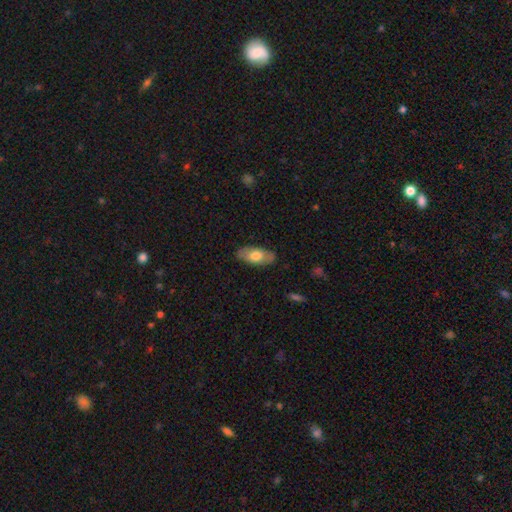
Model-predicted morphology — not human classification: This is likely a smooth galaxy (65%). How rounded: clearly in between (89%). Merging: clearly none (84%).